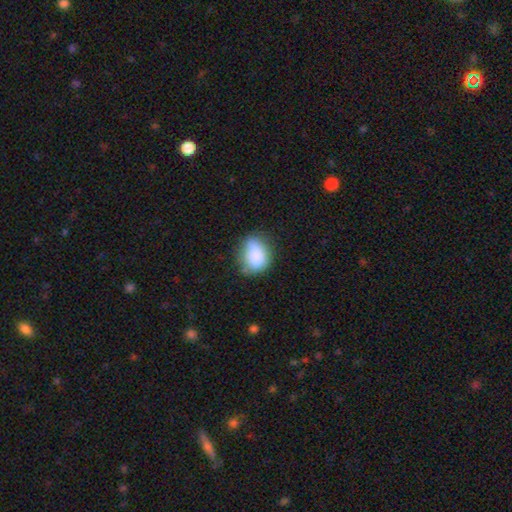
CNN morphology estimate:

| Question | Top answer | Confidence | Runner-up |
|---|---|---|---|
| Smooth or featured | smooth | 82% | featured or disk (9%) |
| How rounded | in between | 63% | round (35%) |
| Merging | none | 59% | minor disturbance (29%) |